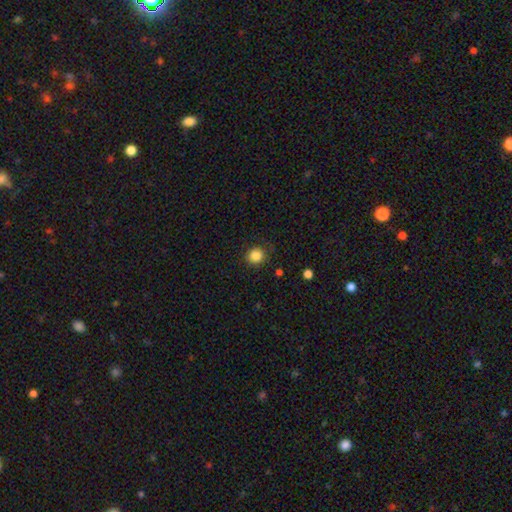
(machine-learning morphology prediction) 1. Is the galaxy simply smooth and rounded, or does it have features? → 85% smooth, 11% star or artifact, 4% featured or disk.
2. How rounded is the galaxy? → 89% round, 10% in between, 1% cigar-shaped.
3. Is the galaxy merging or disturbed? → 86% none, 10% minor disturbance, 3% major disturbance, 1% merger.